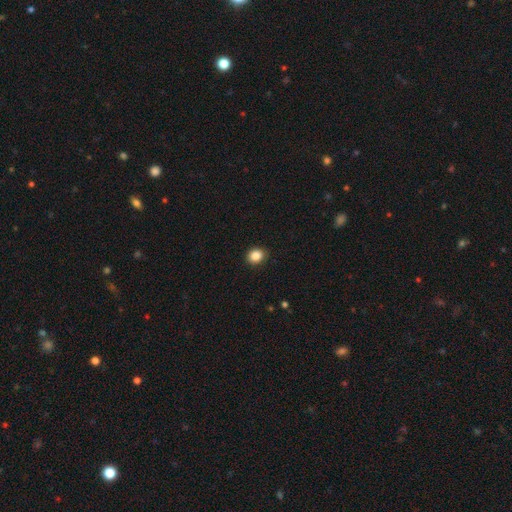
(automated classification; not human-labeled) smooth-or-featured: smooth: 87% | star or artifact: 10% | featured or disk: 3%
  how-rounded: round: 63% | in between: 36% | cigar-shaped: 1%
  merging: none: 90% | minor disturbance: 7% | major disturbance: 2% | merger: 1%